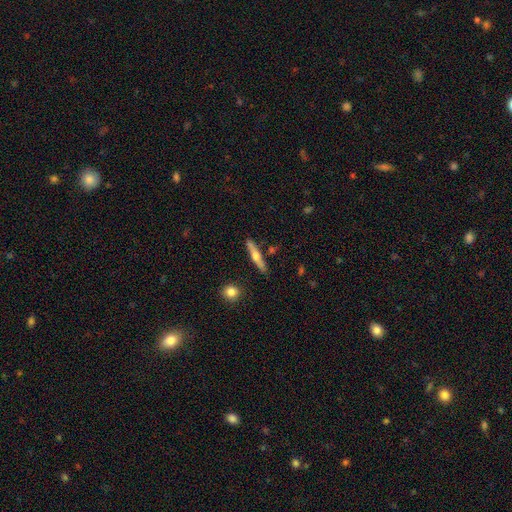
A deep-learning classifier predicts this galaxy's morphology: Smooth or featured?
  - featured or disk: 54% *
  - smooth: 40%
  - star or artifact: 6%
Edge-on disk?
  - yes: 95% *
  - no: 5%
Edge-on bulge?
  - rounded: 91% *
  - none: 6%
  - boxy: 3%
Merging?
  - none: 86% *
  - minor disturbance: 9%
  - merger: 3%
  - major disturbance: 2%